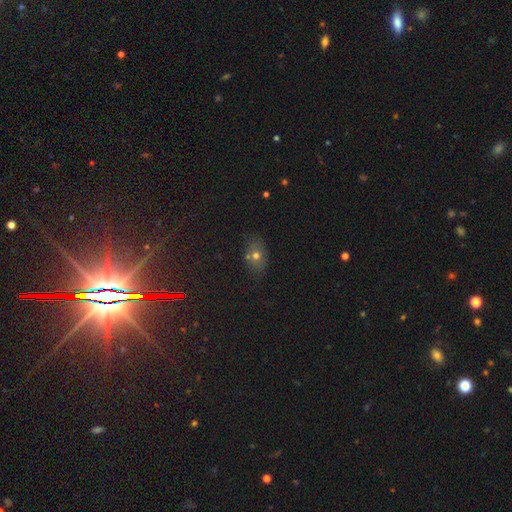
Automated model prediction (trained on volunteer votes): A smooth galaxy with no disk features (64%) that is in between round and cigar-shaped (70%). Merging: none (71%).